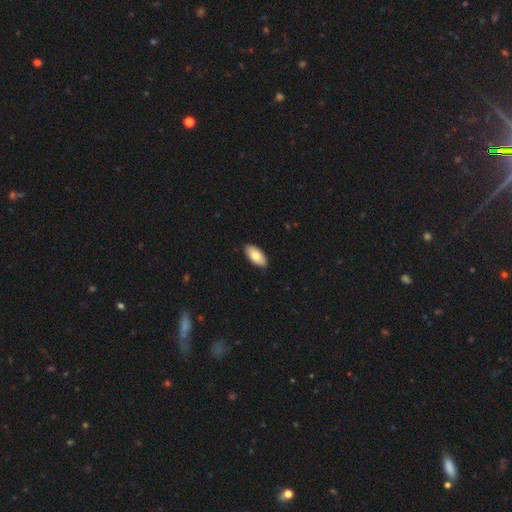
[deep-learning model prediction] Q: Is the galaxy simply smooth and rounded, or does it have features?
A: smooth — 79%.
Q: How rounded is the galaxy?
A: in between — 94%.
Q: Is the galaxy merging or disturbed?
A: none — 90%.